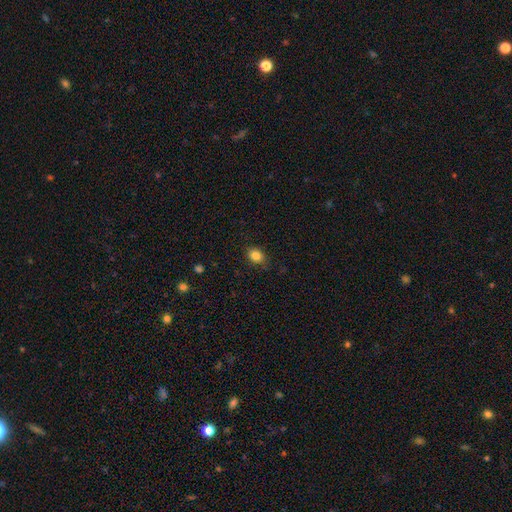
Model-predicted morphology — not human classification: smooth_or_featured: smooth (p=0.84) [alt: star or artifact p=0.10]
how_rounded: in between (p=0.55) [alt: round p=0.44]
merging: none (p=0.83) [alt: minor disturbance p=0.13]